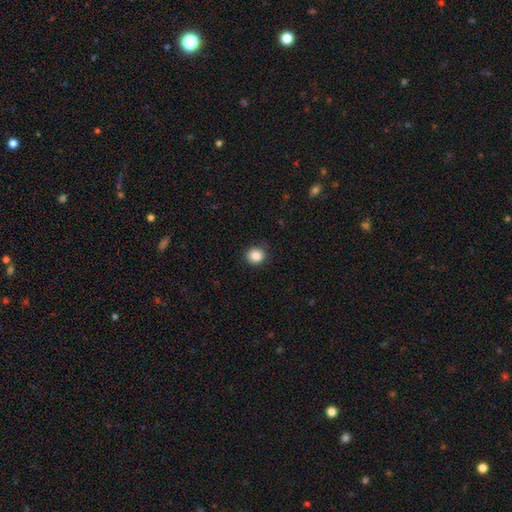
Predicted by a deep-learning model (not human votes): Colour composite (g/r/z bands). It shows a smooth galaxy with no disk features (87%) that is round (87%). Merging: none (88%).